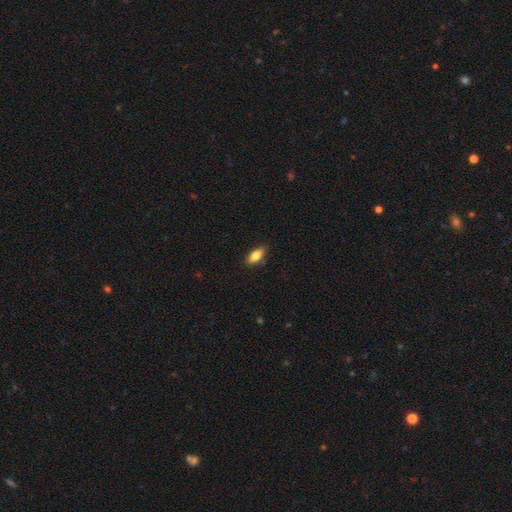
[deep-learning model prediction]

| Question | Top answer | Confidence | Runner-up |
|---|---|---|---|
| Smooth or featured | smooth | 80% | featured or disk (13%) |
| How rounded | in between | 80% | cigar-shaped (17%) |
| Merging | none | 84% | minor disturbance (12%) |